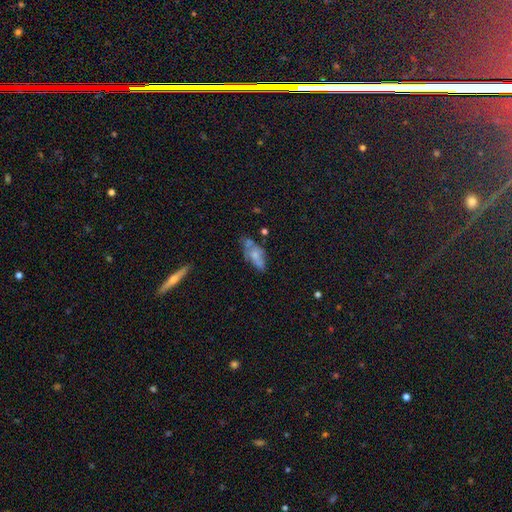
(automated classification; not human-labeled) A smooth galaxy with no disk features (50%) that is in between round and cigar-shaped (81%). Merging: none (41%).